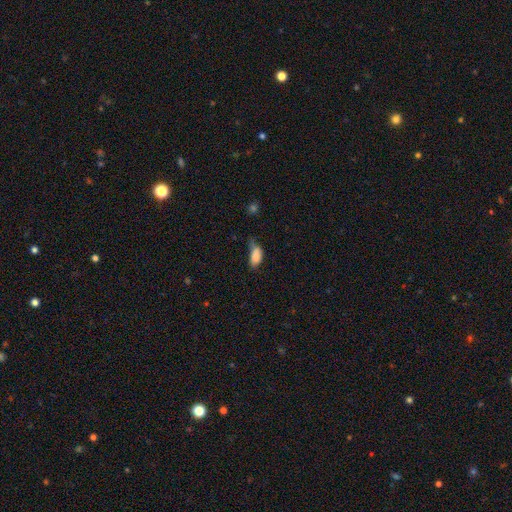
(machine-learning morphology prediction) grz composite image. It shows a smooth galaxy with no disk features (84%) that is in between round and cigar-shaped (91%). Merging: minor disturbance (39%).